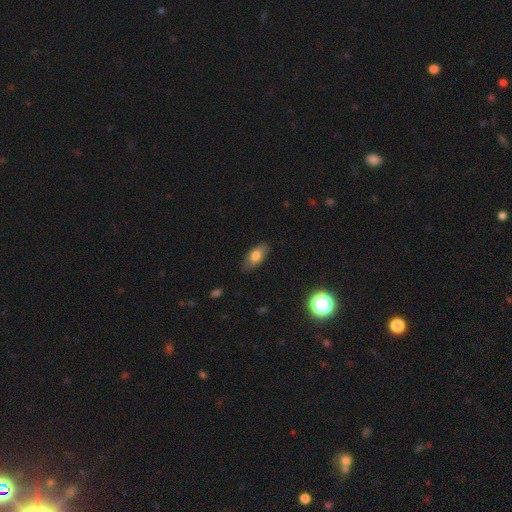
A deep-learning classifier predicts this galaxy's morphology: smooth 75%, featured or disk 17%, star or artifact 8%. Down the decision tree: how rounded — in between (88%); merging — none (81%).